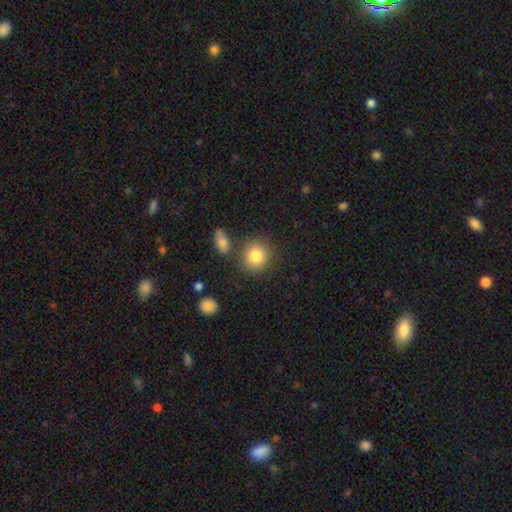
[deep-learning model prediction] Smooth or featured? smooth (82%)
How rounded? round (86%)
Merging? none (78%)